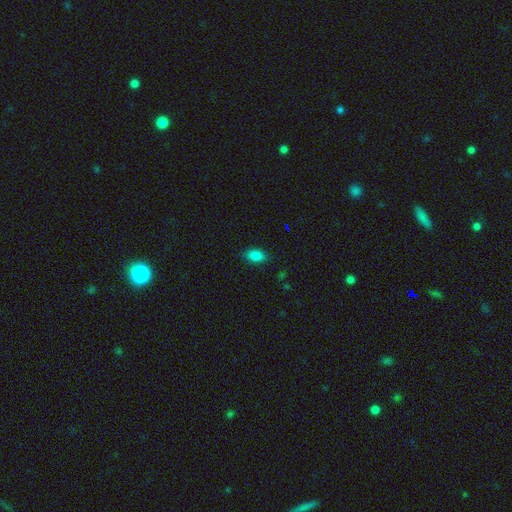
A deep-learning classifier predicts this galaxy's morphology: The model was most divided on "merging": none: 84%, minor disturbance: 12%, major disturbance: 3%, merger: 1%. More confident: how rounded — in between (89%); smooth or featured — smooth (84%).